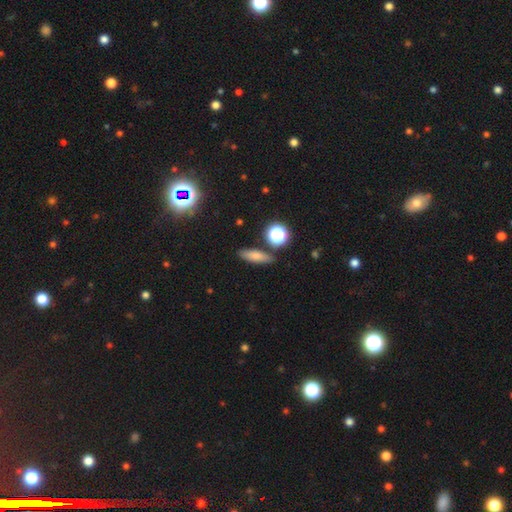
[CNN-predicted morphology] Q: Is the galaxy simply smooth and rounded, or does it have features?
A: smooth — 72%.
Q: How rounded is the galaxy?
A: cigar-shaped — 45%.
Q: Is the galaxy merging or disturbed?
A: none — 82%.